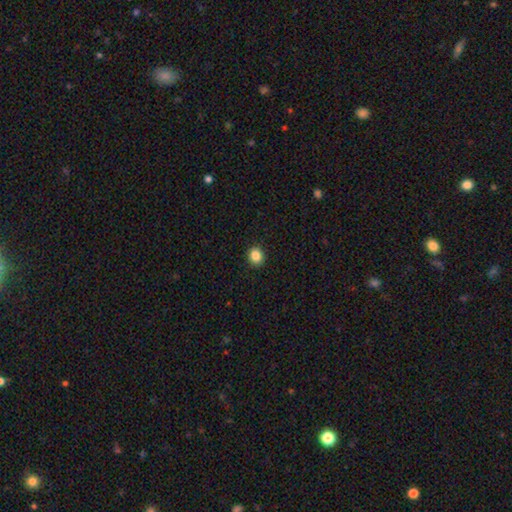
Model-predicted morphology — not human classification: smooth 86%, star or artifact 10%, featured or disk 4%. Down the decision tree: how rounded — round (76%); merging — none (92%).